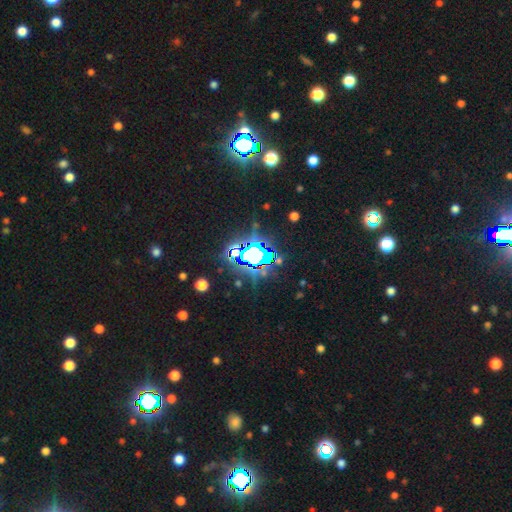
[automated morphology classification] star or artifact 72%, smooth 15%, featured or disk 13%.